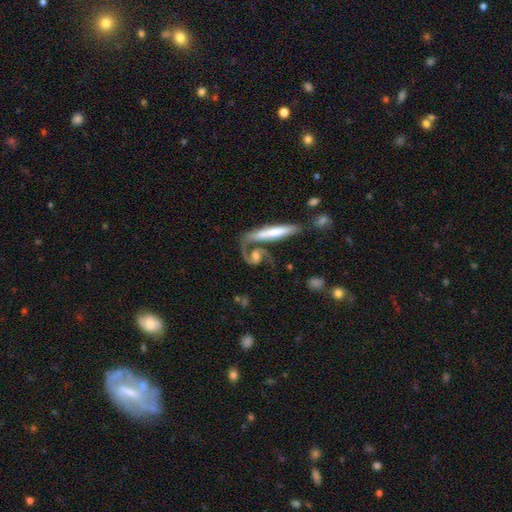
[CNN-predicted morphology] Smooth or featured? featured or disk (80%)
Edge-on disk? no (89%)
Bar? no (52%)
Spiral arms? yes (95%)
Spiral winding? medium (52%)
Spiral arm count? 2 (83%)
Bulge size? moderate (46%)
Merging? none (43%)